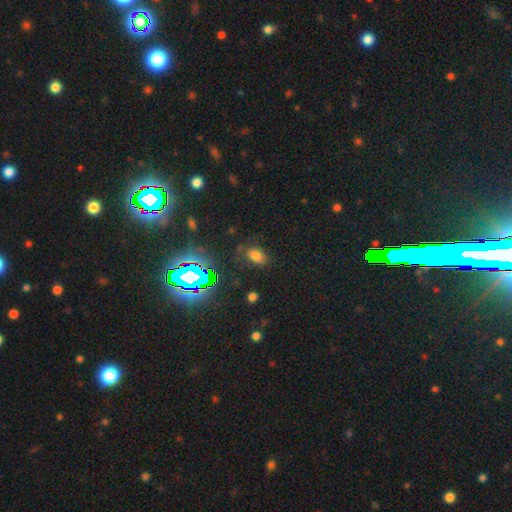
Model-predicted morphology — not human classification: smooth_or_featured: smooth (p=0.63) [alt: star or artifact p=0.29]
how_rounded: in between (p=0.81) [alt: round p=0.17]
merging: none (p=0.78) [alt: minor disturbance p=0.14]